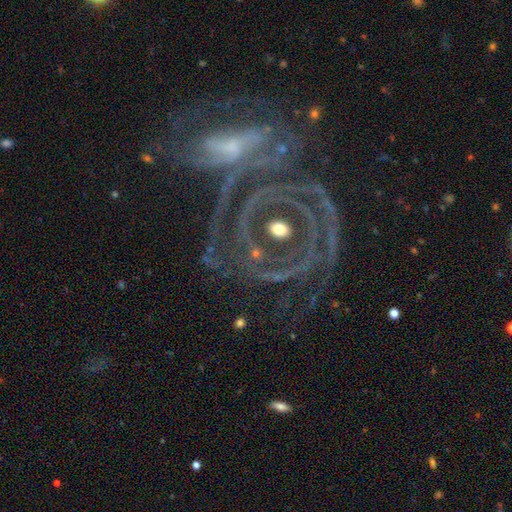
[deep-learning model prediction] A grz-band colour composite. It shows a featured or disk galaxy (77%) with no bar (48%), tight (69%) spiral arms (83%) and a small central bulge (46%). Merging: none (52%).